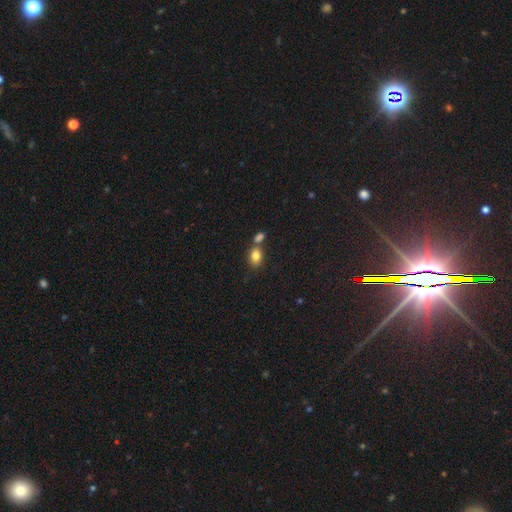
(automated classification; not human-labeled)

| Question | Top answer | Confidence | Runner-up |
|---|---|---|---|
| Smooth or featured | smooth | 83% | star or artifact (10%) |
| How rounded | in between | 76% | round (22%) |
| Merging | none | 51% | merger (34%) |